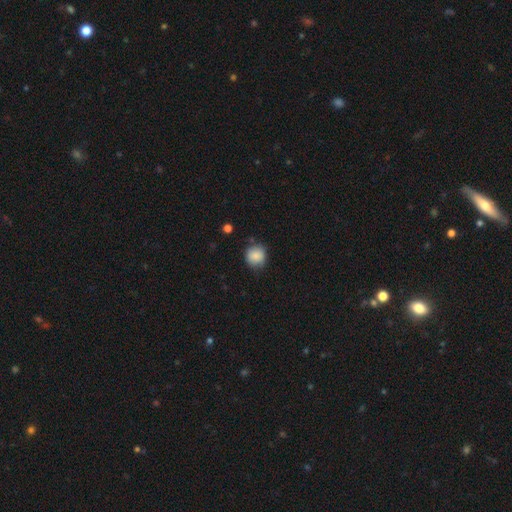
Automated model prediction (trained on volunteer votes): Smooth or featured?
  - smooth: 86% *
  - star or artifact: 8%
  - featured or disk: 6%
How rounded?
  - round: 85% *
  - in between: 14%
  - cigar-shaped: 1%
Merging?
  - none: 76% *
  - minor disturbance: 18%
  - major disturbance: 4%
  - merger: 2%